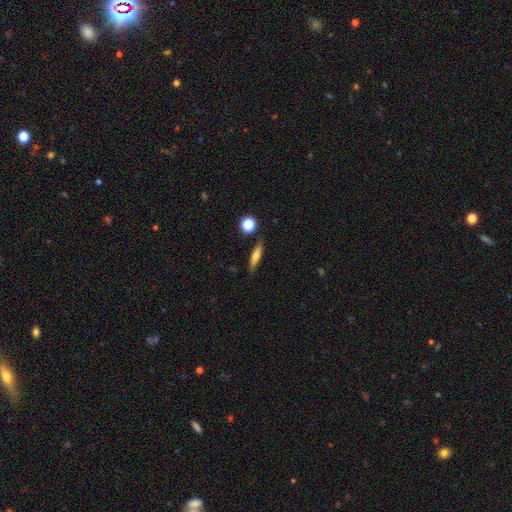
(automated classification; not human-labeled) This is possibly a smooth galaxy (57%). How rounded: likely cigar-shaped (72%). Merging: clearly none (82%).